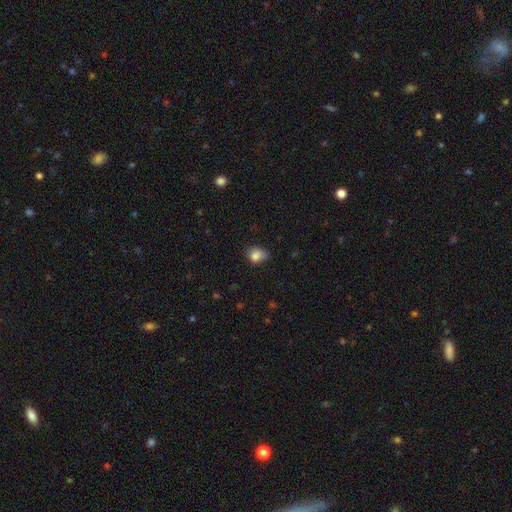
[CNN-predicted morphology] A smooth galaxy with no disk features (82%) that is in between round and cigar-shaped (54%).

Vote fractions:
- Smooth or featured? smooth: 82% / star or artifact: 10% / featured or disk: 7%
- How rounded? in between: 54% / round: 45% / cigar-shaped: 1%
- Merging? none: 51% / minor disturbance: 38% / major disturbance: 8% / merger: 3%